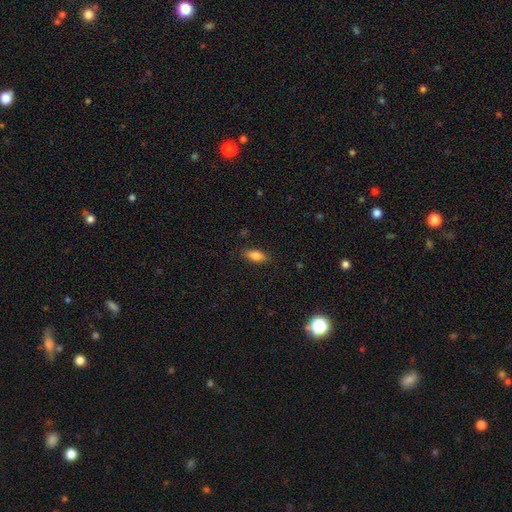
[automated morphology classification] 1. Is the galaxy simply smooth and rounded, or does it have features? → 79% smooth, 13% featured or disk, 7% star or artifact.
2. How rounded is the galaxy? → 77% in between, 21% cigar-shaped, 3% round.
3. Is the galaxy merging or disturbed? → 87% none, 10% minor disturbance, 2% major disturbance, 1% merger.